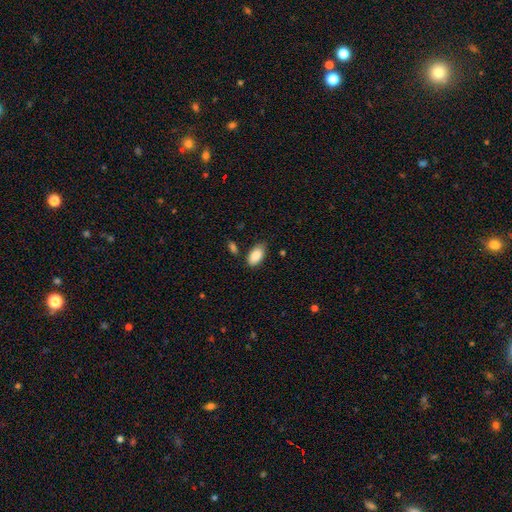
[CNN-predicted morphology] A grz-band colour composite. It shows a smooth galaxy with no disk features (88%) that is in between round and cigar-shaped (94%). Merging: none (75%).